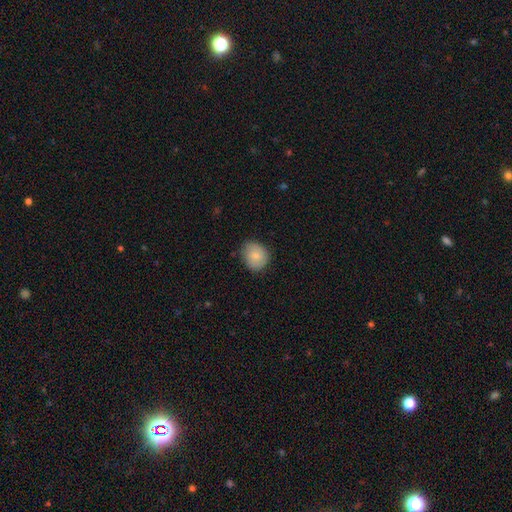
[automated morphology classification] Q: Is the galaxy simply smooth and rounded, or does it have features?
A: smooth — 81%.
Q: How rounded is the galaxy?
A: round — 64%.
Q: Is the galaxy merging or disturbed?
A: none — 72%.